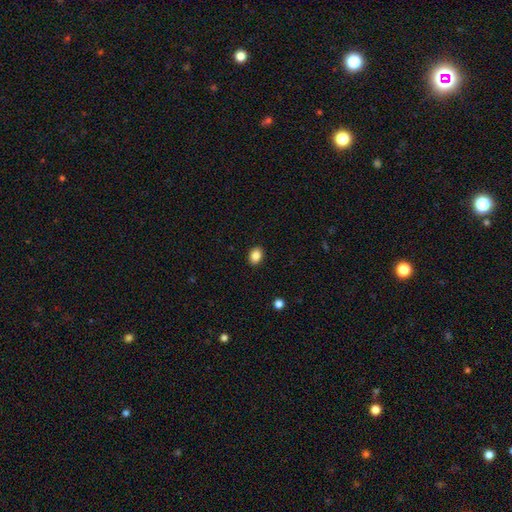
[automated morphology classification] The model was most divided on "how rounded": in between: 70%, round: 29%, cigar-shaped: 1%. More confident: merging — none (90%); smooth or featured — smooth (86%).